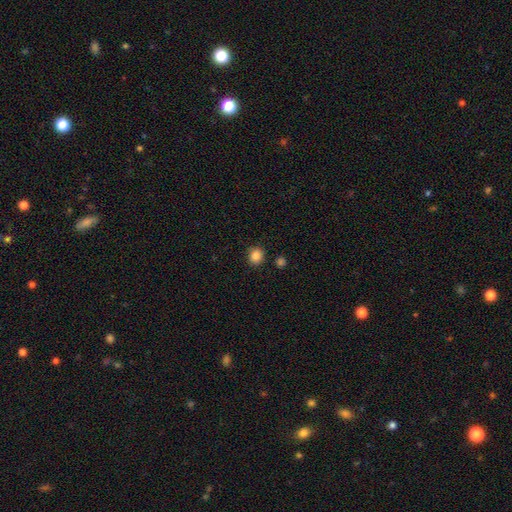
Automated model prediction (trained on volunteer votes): This appears to be a smooth galaxy with no disk features (86%) that is round (82%). Merging: none (88%).